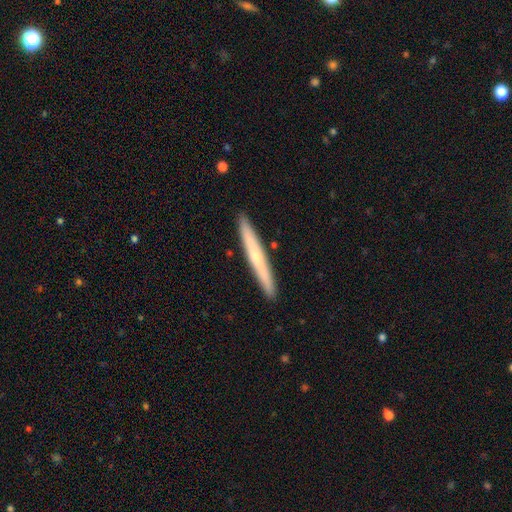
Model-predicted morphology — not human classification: Q: Smooth or featured?
A: featured or disk (53%); runner-up: smooth (41%)
Q: Edge-on disk?
A: yes (95%); runner-up: no (5%)
Q: Edge-on bulge?
A: rounded (54%); runner-up: none (42%)
Q: Merging?
A: none (91%); runner-up: minor disturbance (7%)